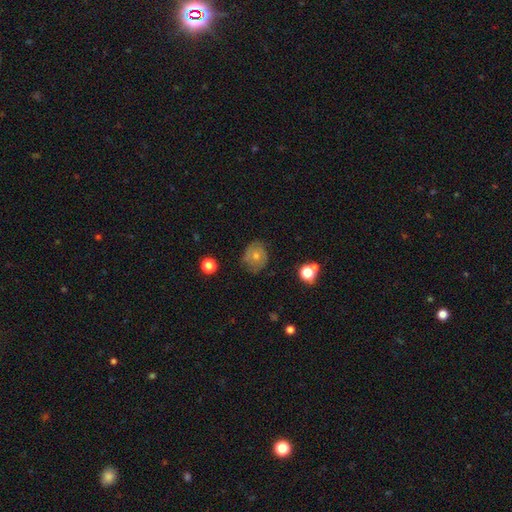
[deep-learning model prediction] A smooth galaxy with no disk features (60%) that is round (67%). Merging: none (65%).